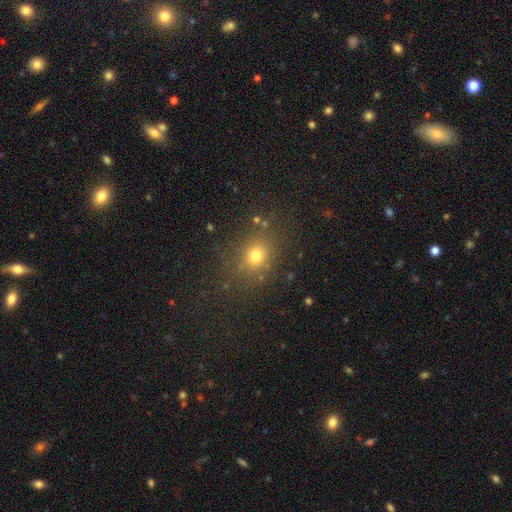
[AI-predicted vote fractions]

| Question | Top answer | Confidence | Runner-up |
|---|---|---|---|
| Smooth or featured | smooth | 73% | star or artifact (19%) |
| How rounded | round | 64% | in between (35%) |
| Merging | none | 80% | minor disturbance (11%) |